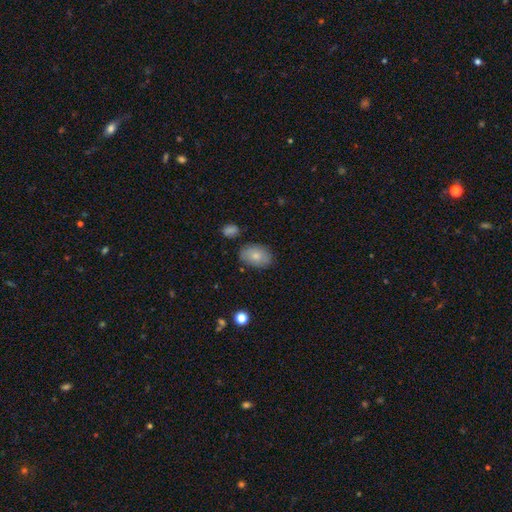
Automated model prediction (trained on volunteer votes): smooth-or-featured: smooth: 79% | featured or disk: 14% | star or artifact: 7%
  how-rounded: in between: 86% | round: 13% | cigar-shaped: 1%
  merging: none: 81% | minor disturbance: 14% | major disturbance: 3% | merger: 3%